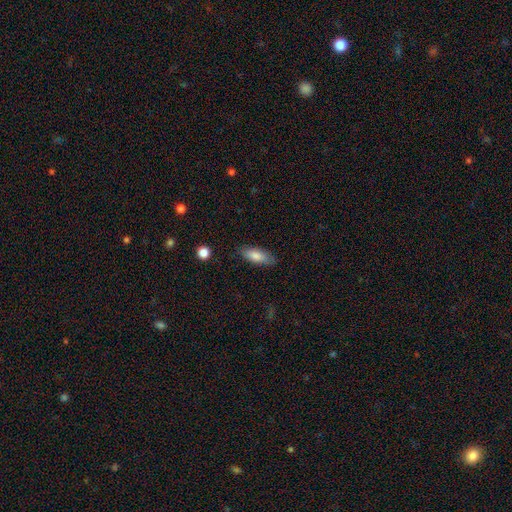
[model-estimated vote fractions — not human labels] Morphology: type=smooth (80%); roundness=in between (68%); merging=none (82%).